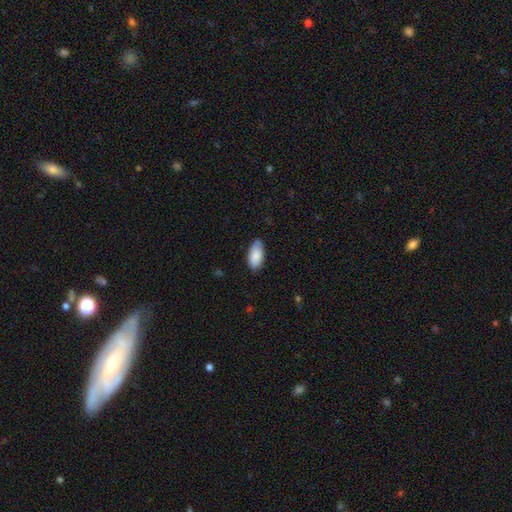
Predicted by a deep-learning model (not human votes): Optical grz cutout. It shows a smooth galaxy with no disk features (87%) that is in between round and cigar-shaped (94%). Merging: none (81%).